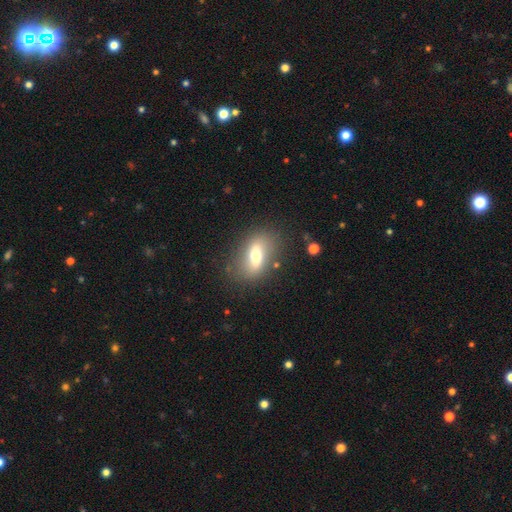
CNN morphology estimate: Smooth or featured? Predicted: smooth (p=0.55). How rounded? Predicted: in between (p=0.77). Merging? Predicted: none (p=0.79).